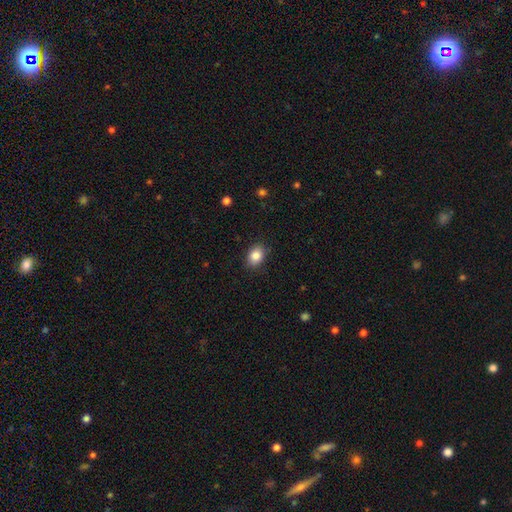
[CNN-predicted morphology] Q: Smooth or featured?
A: smooth (86%); runner-up: star or artifact (9%)
Q: How rounded?
A: in between (70%); runner-up: round (29%)
Q: Merging?
A: none (87%); runner-up: minor disturbance (10%)